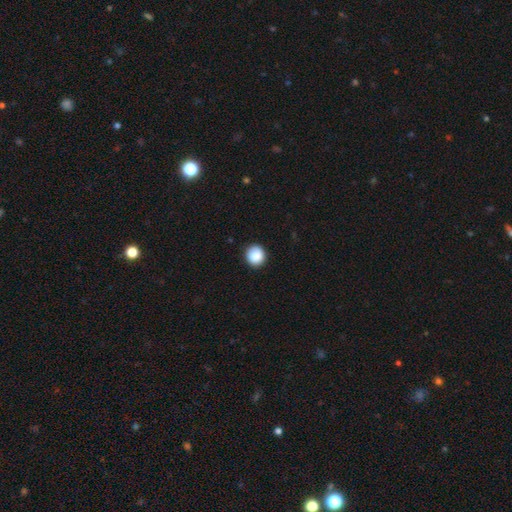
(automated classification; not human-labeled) Q: Smooth or featured?
A: smooth (89%); runner-up: star or artifact (8%)
Q: How rounded?
A: round (91%); runner-up: in between (8%)
Q: Merging?
A: none (90%); runner-up: minor disturbance (8%)